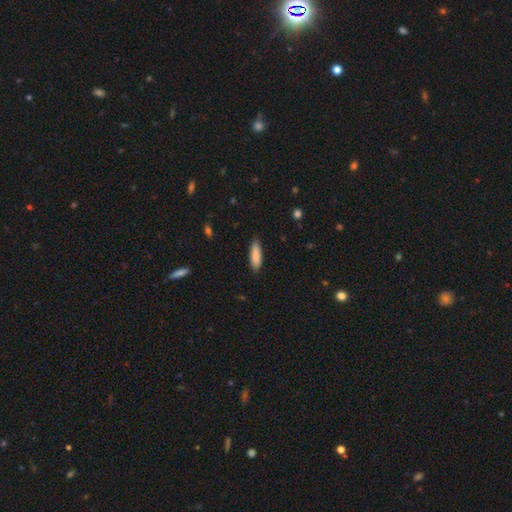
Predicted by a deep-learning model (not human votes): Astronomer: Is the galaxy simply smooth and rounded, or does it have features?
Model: smooth — 88%.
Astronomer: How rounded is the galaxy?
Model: cigar-shaped — 53% (runner-up: in between, 45%).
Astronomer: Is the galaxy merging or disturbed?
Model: none — 85%.